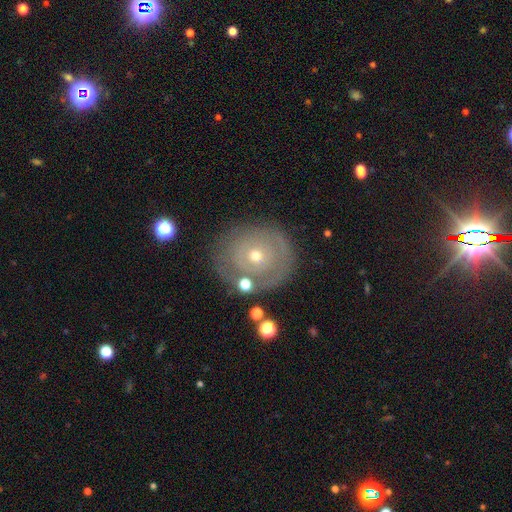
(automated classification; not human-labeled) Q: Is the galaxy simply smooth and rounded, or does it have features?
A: featured or disk — 63%.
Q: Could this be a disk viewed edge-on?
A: no — 96%.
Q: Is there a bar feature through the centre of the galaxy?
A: no — 89%.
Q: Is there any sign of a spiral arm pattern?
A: no — 51%.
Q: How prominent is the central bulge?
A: small — 55%.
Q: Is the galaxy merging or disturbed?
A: none — 74%.